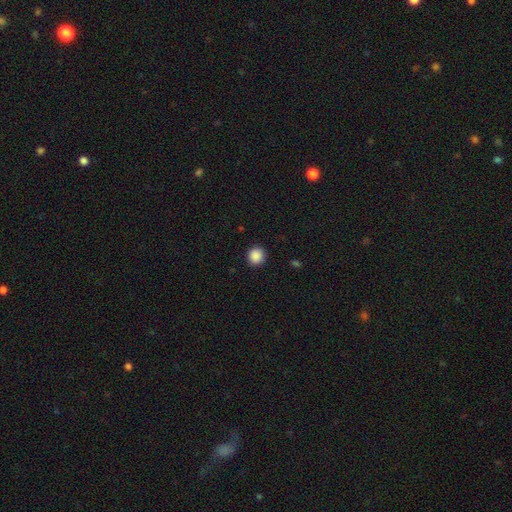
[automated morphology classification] A smooth galaxy with no disk features (88%) that is round (91%). Merging: none (91%).